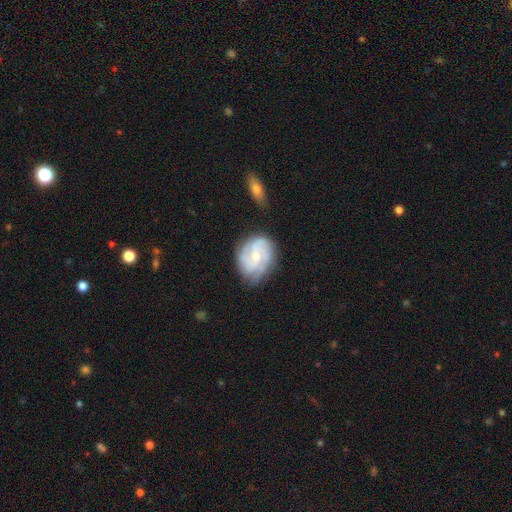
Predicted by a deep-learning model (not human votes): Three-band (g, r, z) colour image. It shows a featured or disk galaxy (77%) with no bar (48%), 3 (36%) tight (47%) spiral arms (94%) and a small central bulge (54%). Merging: none (71%).